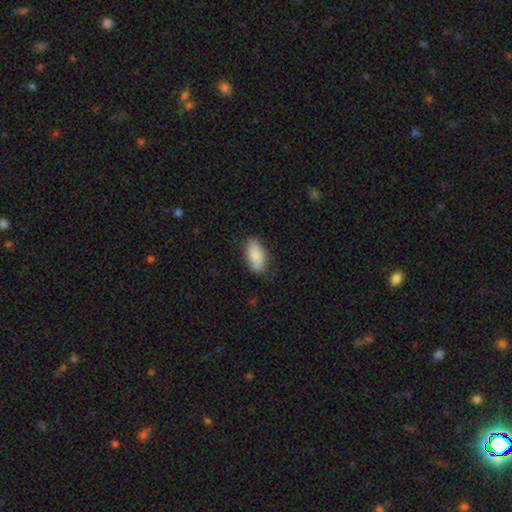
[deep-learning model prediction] Morphology: type=smooth (81%); roundness=in between (93%); merging=none (77%).